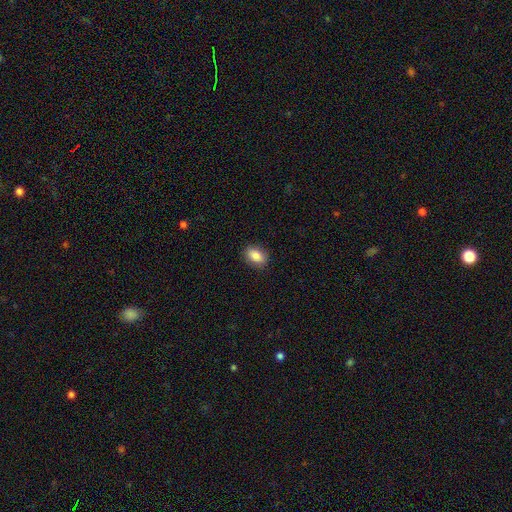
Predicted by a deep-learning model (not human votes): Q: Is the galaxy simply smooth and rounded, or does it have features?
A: smooth — 86%.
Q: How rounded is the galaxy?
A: in between — 83%.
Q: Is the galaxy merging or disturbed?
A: none — 87%.